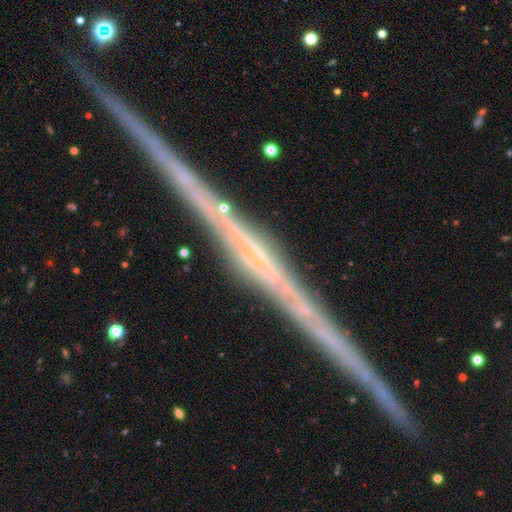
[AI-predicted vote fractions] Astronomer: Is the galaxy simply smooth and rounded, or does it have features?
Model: featured or disk — 80%.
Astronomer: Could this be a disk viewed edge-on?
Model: yes — 98%.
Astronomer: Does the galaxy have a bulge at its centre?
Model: none — 55% (runner-up: rounded, 33%).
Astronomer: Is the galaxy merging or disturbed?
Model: none — 90%.